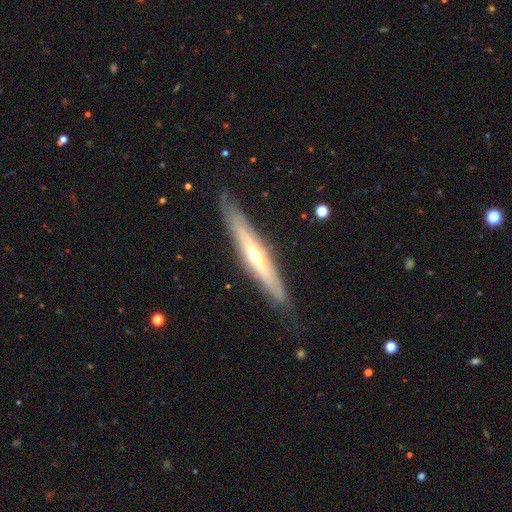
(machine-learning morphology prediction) type=featured or disk (70%); edge-on=yes (84%); edge-on bulge=rounded (80%); merging=none (81%).